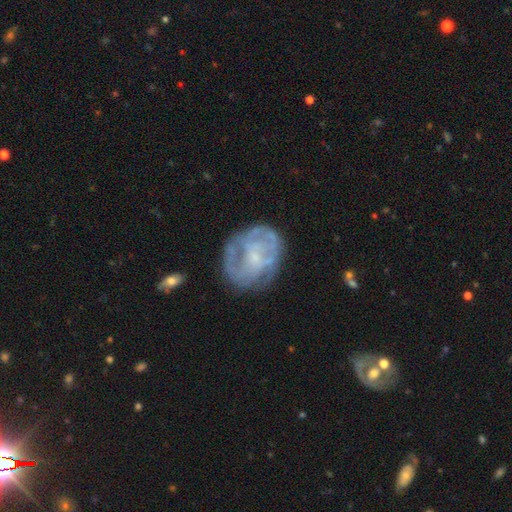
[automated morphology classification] smooth-or-featured: featured or disk: 69% | smooth: 22% | star or artifact: 8%
  disk-edge-on: no: 97% | yes: 3%
    bar: no: 65% | weak: 29% | strong: 6%
    has-spiral-arms: yes: 63% | no: 37%
    bulge-size: small: 59% | moderate: 20% | none: 19% | large: 2% | dominant: 1%
  merging: none: 65% | minor disturbance: 21% | major disturbance: 12% | merger: 2%